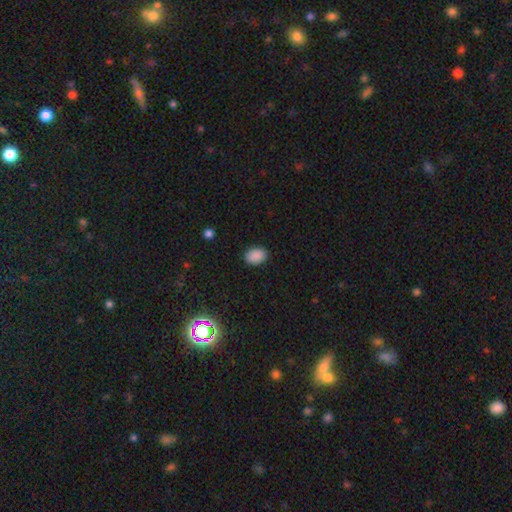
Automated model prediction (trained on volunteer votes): A smooth galaxy with no disk features (89%) that is in between round and cigar-shaped (74%).

Vote fractions:
- Smooth or featured? smooth: 89% / star or artifact: 8% / featured or disk: 3%
- How rounded? in between: 74% / round: 26% / cigar-shaped: 1%
- Merging? none: 88% / minor disturbance: 9% / major disturbance: 2% / merger: 1%